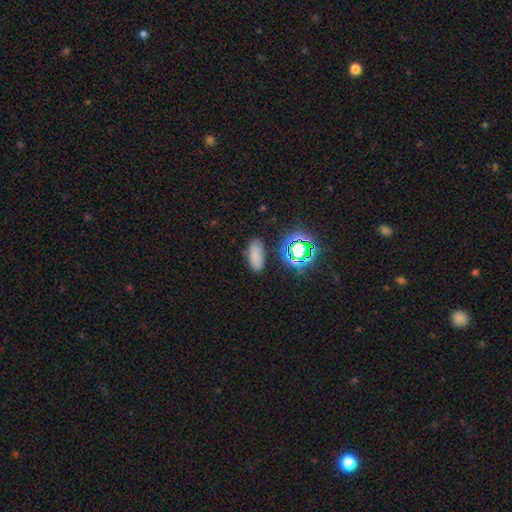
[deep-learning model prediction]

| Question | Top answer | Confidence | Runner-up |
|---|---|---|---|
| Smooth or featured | smooth | 72% | star or artifact (21%) |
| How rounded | in between | 84% | cigar-shaped (12%) |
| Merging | none | 83% | minor disturbance (11%) |